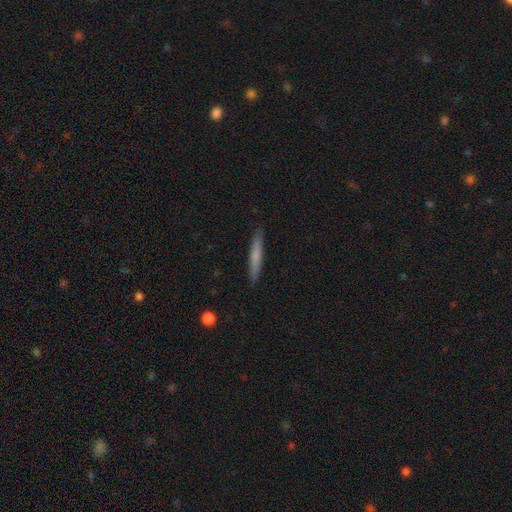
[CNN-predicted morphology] The model was most divided on "smooth or featured": smooth: 66%, featured or disk: 28%, star or artifact: 6%. More confident: how rounded — cigar-shaped (95%); merging — none (91%).